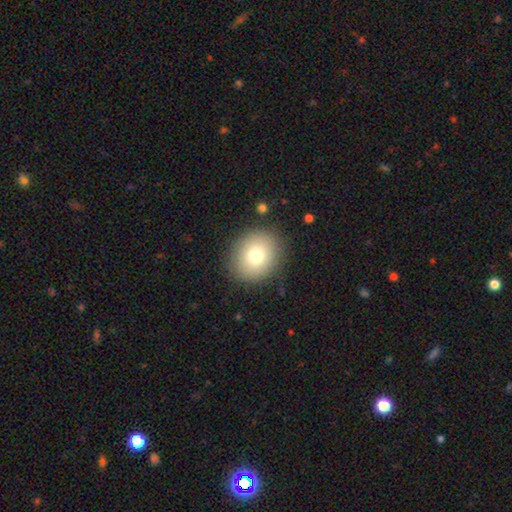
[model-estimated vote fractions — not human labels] smooth-or-featured: smooth: 76% | featured or disk: 13% | star or artifact: 11%
  how-rounded: round: 75% | in between: 25% | cigar-shaped: 1%
  merging: none: 87% | minor disturbance: 8% | major disturbance: 3% | merger: 1%